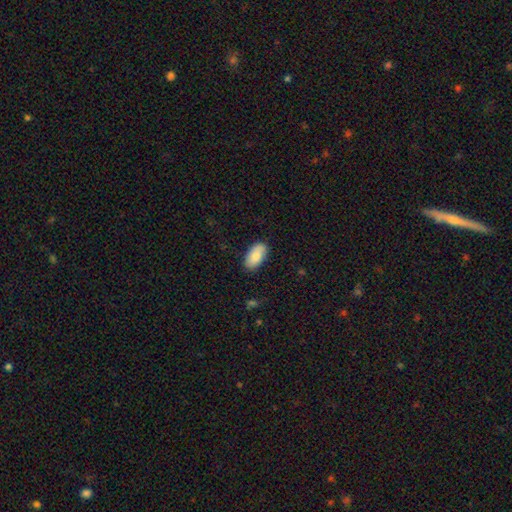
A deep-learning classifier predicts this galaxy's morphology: This is clearly a smooth galaxy (86%). How rounded: clearly in between (94%). Merging: clearly none (85%).